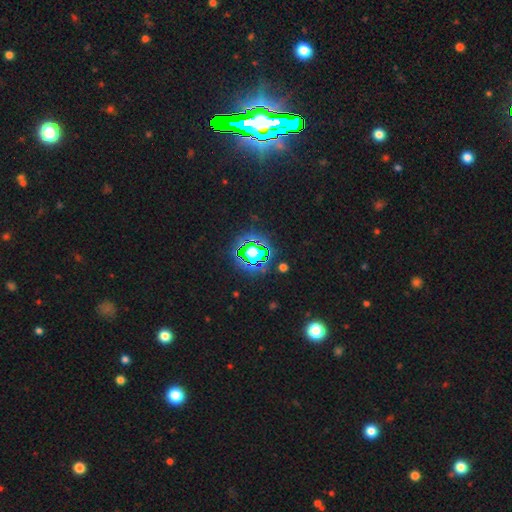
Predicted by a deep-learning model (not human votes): This appears to be a star or artifact, not a galaxy (65%).